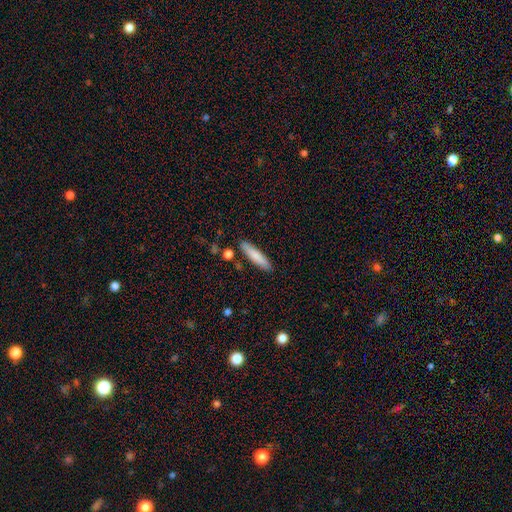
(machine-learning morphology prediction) This is clearly a smooth galaxy (81%). How rounded: likely cigar-shaped (79%). Merging: clearly none (85%).